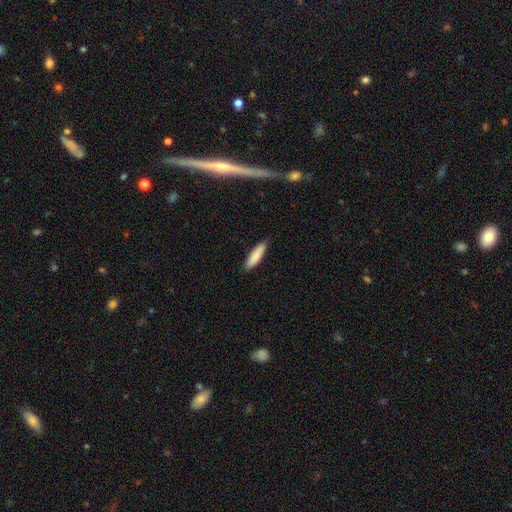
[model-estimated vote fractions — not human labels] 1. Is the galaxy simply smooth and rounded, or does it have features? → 86% smooth, 8% featured or disk, 6% star or artifact.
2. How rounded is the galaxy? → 68% cigar-shaped, 31% in between, 1% round.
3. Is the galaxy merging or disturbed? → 88% none, 10% minor disturbance, 2% major disturbance, 1% merger.